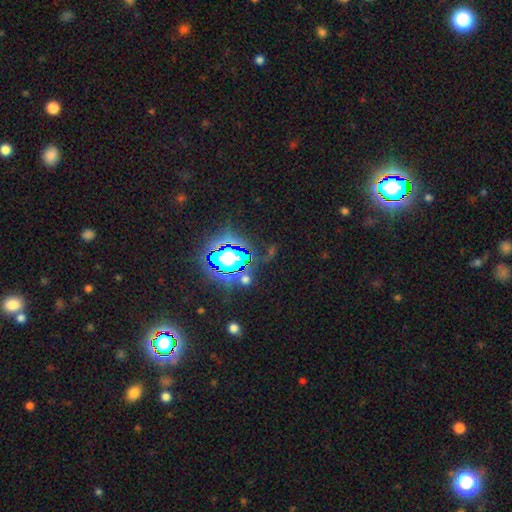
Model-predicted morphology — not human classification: This appears to be a star or artifact, not a galaxy (80%).